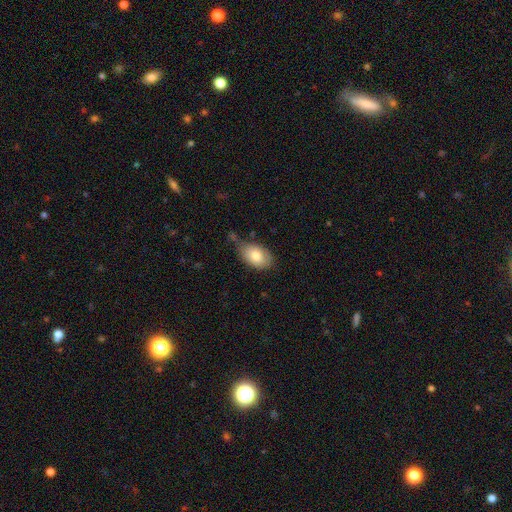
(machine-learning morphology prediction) The model was most divided on "merging": none: 62%, minor disturbance: 26%, major disturbance: 7%, merger: 6%. More confident: how rounded — in between (87%); smooth or featured — smooth (80%).